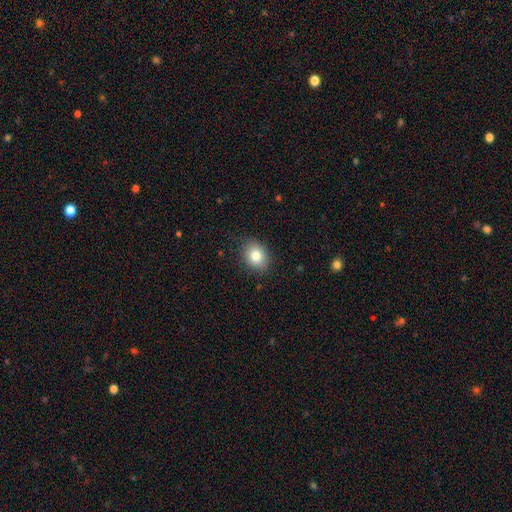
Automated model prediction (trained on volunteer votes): smooth_or_featured: smooth (p=0.81) [alt: star or artifact p=0.10]
how_rounded: in between (p=0.54) [alt: round p=0.45]
merging: none (p=0.86) [alt: minor disturbance p=0.11]